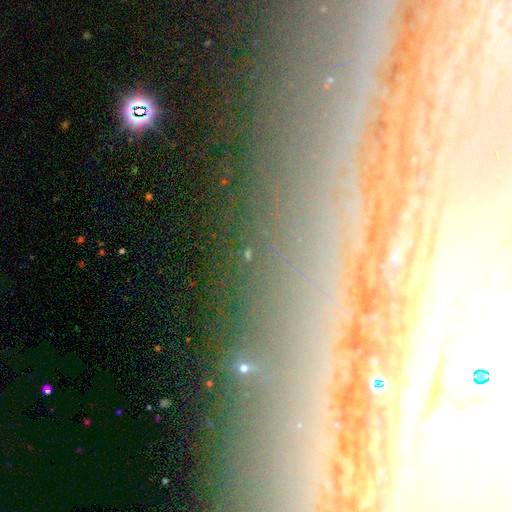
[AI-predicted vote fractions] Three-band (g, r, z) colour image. It shows a featured or disk galaxy (45%). Merging: none (80%).